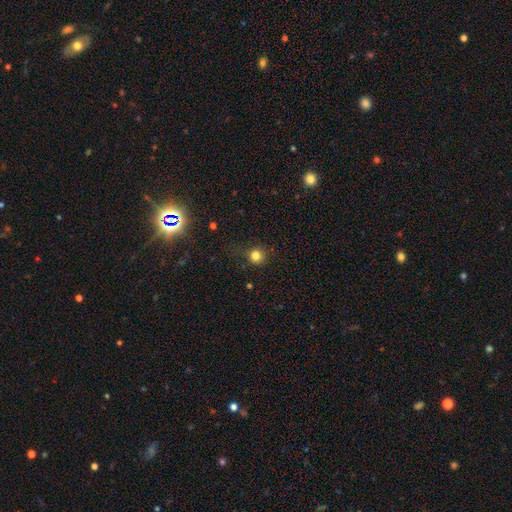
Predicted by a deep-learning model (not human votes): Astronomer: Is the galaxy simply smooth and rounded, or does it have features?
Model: smooth — 80%.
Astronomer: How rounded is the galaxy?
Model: round — 92%.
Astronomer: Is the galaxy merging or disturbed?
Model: none — 82%.